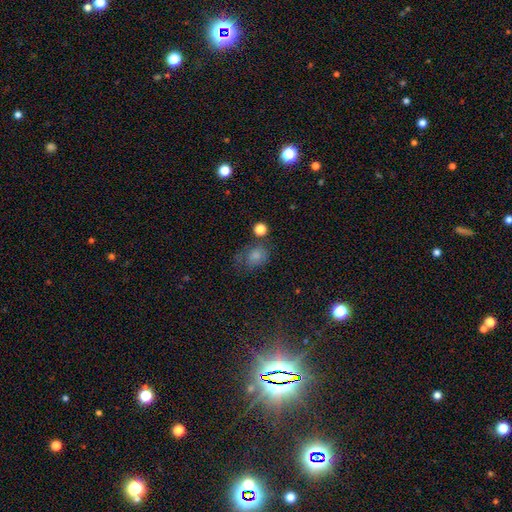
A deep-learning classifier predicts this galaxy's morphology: Smooth or featured?
  - smooth: 74% *
  - star or artifact: 15%
  - featured or disk: 11%
How rounded?
  - round: 53% *
  - in between: 45%
  - cigar-shaped: 1%
Merging?
  - none: 47% *
  - minor disturbance: 27%
  - major disturbance: 17%
  - merger: 9%